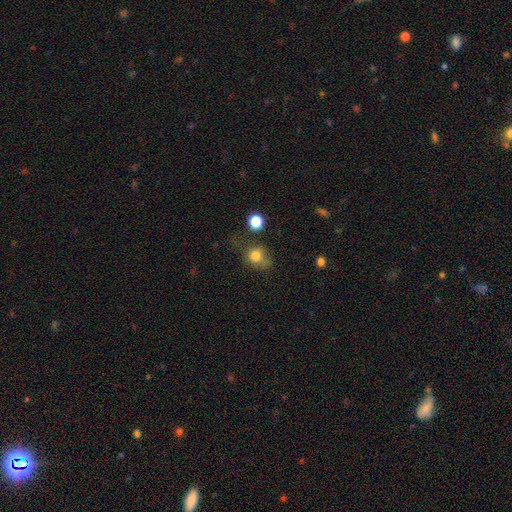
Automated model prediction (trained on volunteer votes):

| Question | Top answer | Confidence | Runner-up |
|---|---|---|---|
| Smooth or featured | smooth | 80% | star or artifact (12%) |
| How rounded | round | 74% | in between (25%) |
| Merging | none | 51% | minor disturbance (26%) |